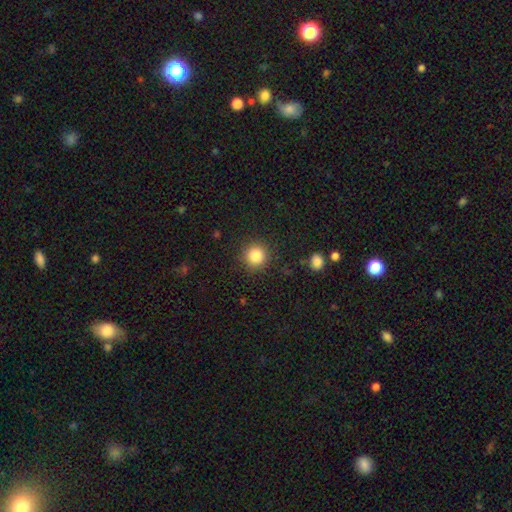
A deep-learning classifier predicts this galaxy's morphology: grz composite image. It shows a smooth galaxy with no disk features (84%) that is round (93%). Merging: none (89%).